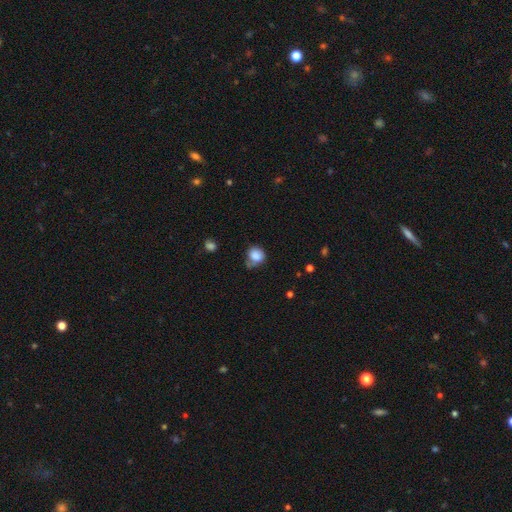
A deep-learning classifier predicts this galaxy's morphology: Smooth or featured: smooth — 83% (star or artifact — 9%)
How rounded: round — 73% (in between — 26%)
Merging: none — 47% (minor disturbance — 29%)